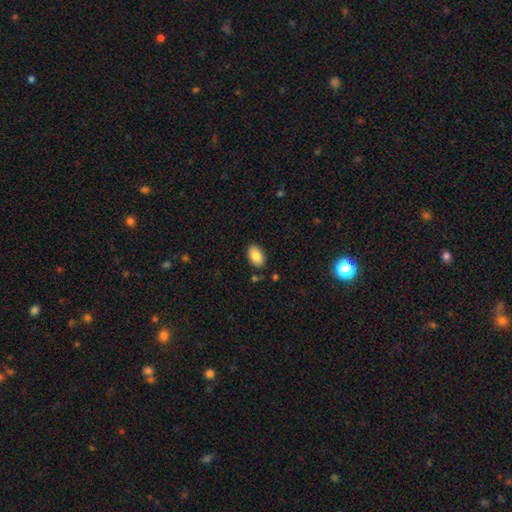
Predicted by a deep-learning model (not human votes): Overall: smooth (87%). How rounded: in between (92%). Merging: none (85%).